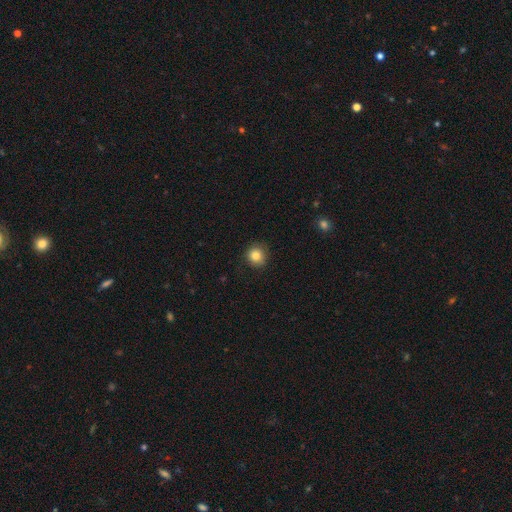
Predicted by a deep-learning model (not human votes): Morphology: type=smooth (83%); roundness=round (92%); merging=none (87%).